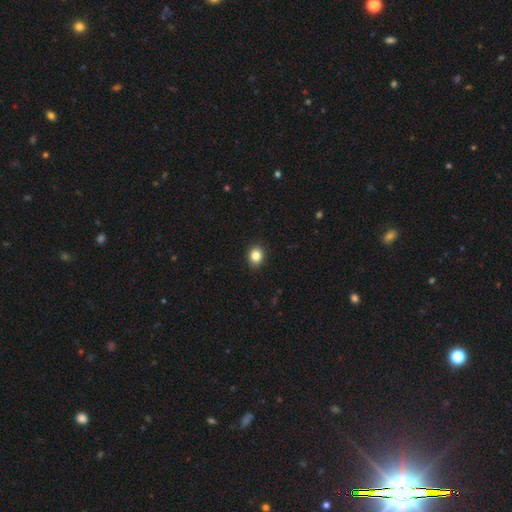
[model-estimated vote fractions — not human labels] Smooth or featured?
  - smooth: 85% *
  - star or artifact: 10%
  - featured or disk: 5%
How rounded?
  - round: 55% *
  - in between: 44%
  - cigar-shaped: 1%
Merging?
  - none: 91% *
  - minor disturbance: 7%
  - major disturbance: 2%
  - merger: 1%